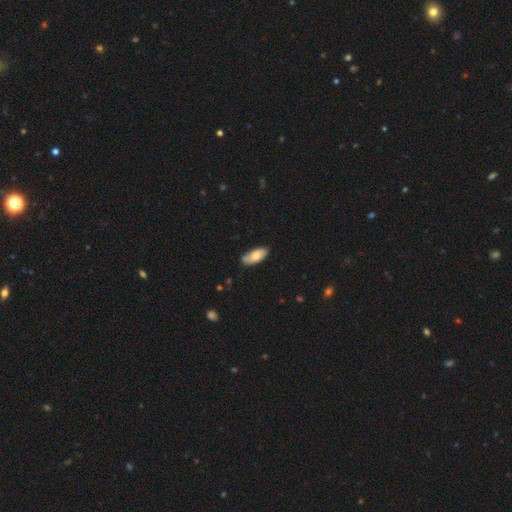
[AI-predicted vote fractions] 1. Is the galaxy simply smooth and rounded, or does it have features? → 75% smooth, 20% featured or disk, 6% star or artifact.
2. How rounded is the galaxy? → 88% in between, 10% cigar-shaped, 2% round.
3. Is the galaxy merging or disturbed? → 77% none, 19% minor disturbance, 3% major disturbance, 1% merger.